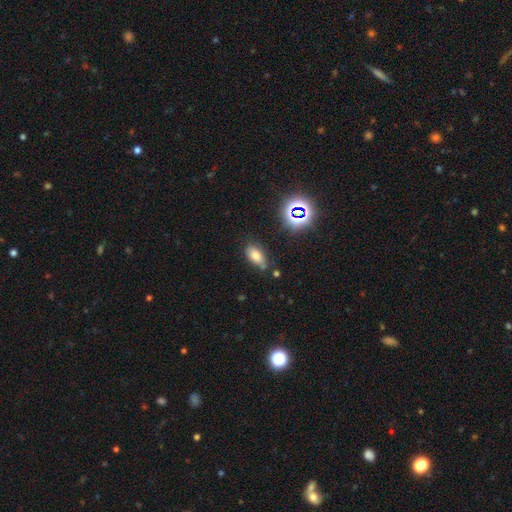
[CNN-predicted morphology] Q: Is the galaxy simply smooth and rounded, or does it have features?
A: smooth — 71%.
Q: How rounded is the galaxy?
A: in between — 88%.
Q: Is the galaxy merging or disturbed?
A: none — 66%.